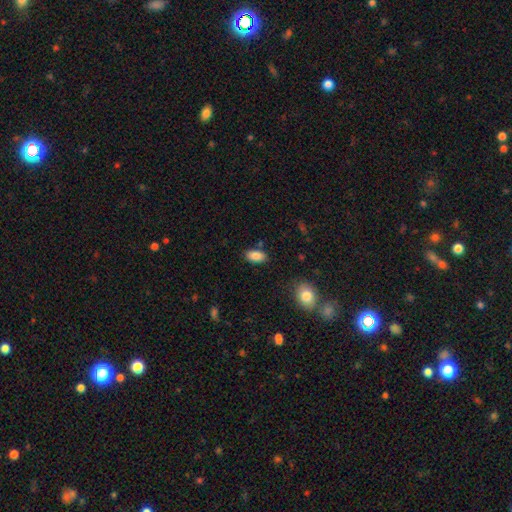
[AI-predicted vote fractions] The model was most divided on "merging": none: 83%, minor disturbance: 11%, merger: 3%, major disturbance: 3%. More confident: how rounded — in between (92%); smooth or featured — smooth (87%).